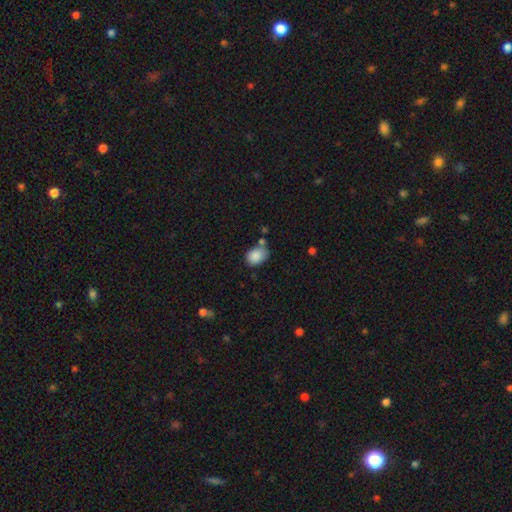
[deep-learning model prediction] Smooth or featured?
  - smooth: 87% *
  - star or artifact: 8%
  - featured or disk: 5%
How rounded?
  - in between: 71% *
  - round: 28%
  - cigar-shaped: 1%
Merging?
  - none: 60% *
  - minor disturbance: 21%
  - merger: 13%
  - major disturbance: 5%